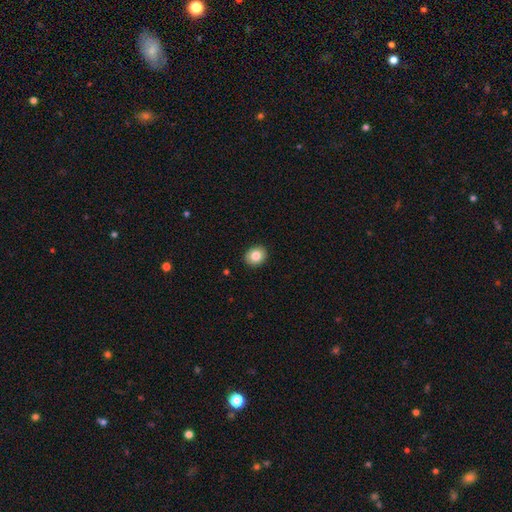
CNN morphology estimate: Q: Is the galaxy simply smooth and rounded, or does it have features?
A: smooth — 84%.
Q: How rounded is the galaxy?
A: round — 62%.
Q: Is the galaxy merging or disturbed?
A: none — 91%.